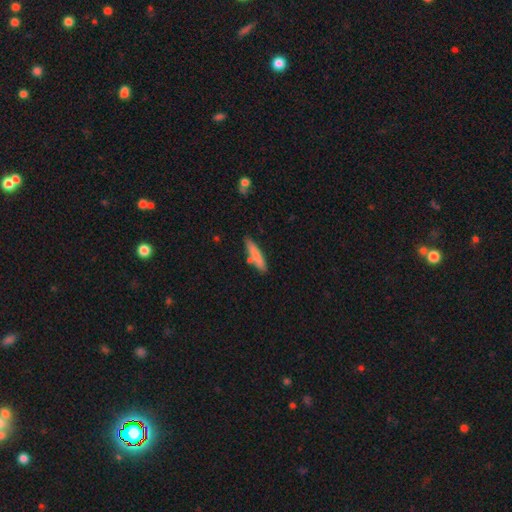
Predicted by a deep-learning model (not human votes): This appears to be a smooth galaxy with no disk features (76%) that is cigar-shaped (85%). Merging: none (75%).